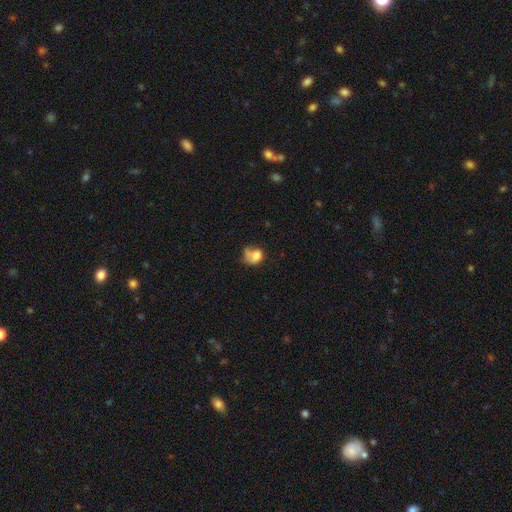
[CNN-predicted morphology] Overall: smooth (66%). How rounded: in between (50%; round 49%). Merging: major disturbance (29%; none 28%).